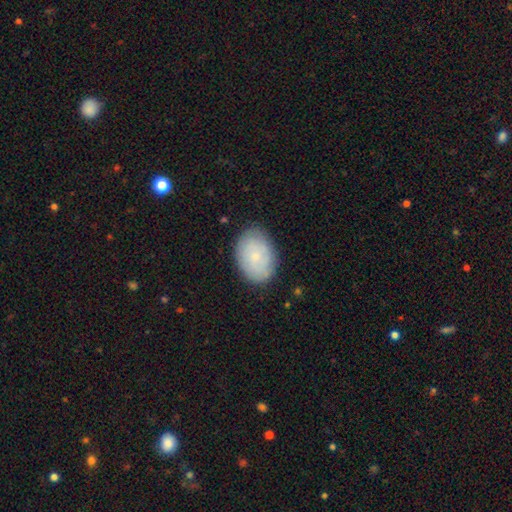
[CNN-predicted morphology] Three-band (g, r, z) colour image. It shows a smooth galaxy with no disk features (65%) that is in between round and cigar-shaped (81%). Merging: none (80%).